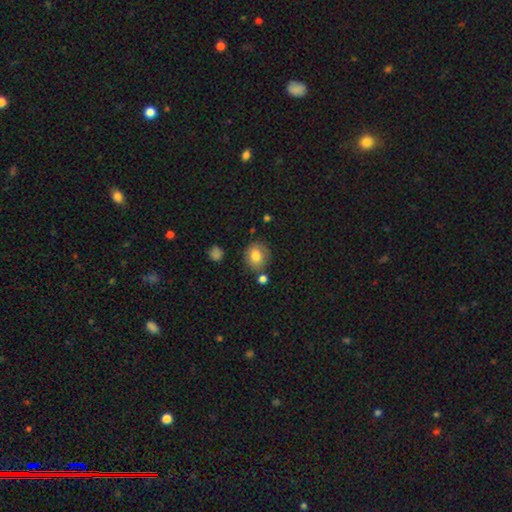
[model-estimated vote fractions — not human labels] smooth_or_featured: smooth (p=0.81) [alt: featured or disk p=0.10]
how_rounded: round (p=0.64) [alt: in between p=0.35]
merging: none (p=0.75) [alt: minor disturbance p=0.14]